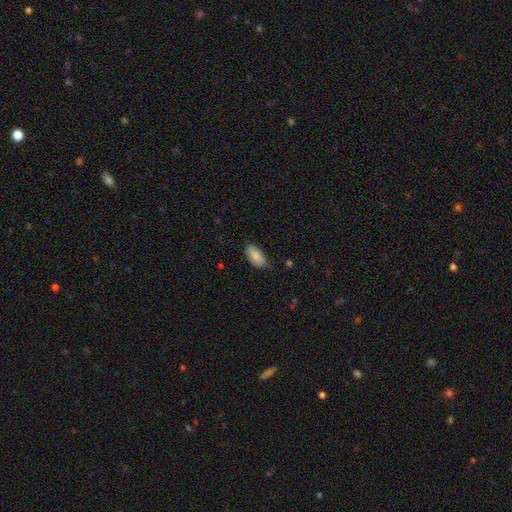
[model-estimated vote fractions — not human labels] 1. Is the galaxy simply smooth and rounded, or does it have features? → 85% smooth, 9% featured or disk, 6% star or artifact.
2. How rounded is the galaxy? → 93% in between, 4% cigar-shaped, 2% round.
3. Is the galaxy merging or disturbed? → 76% none, 20% minor disturbance, 3% major disturbance, 1% merger.